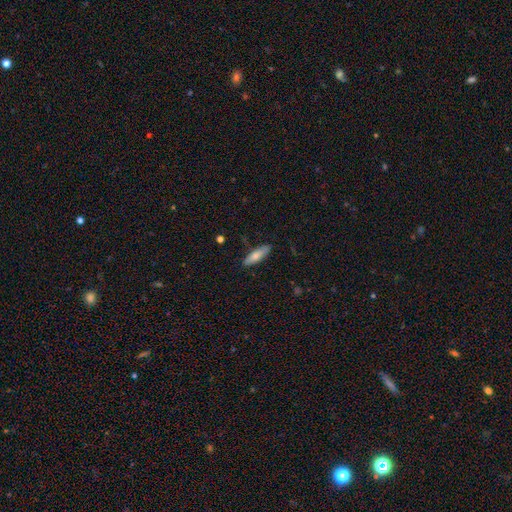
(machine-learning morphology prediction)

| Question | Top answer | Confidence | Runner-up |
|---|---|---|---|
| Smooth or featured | smooth | 74% | featured or disk (20%) |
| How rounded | cigar-shaped | 56% | in between (42%) |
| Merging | none | 85% | minor disturbance (12%) |